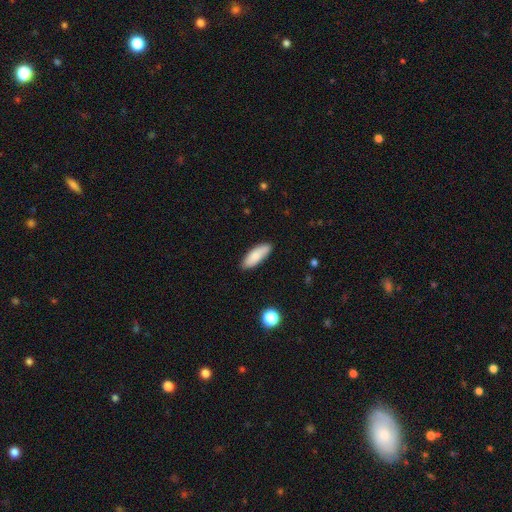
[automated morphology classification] Overall: smooth (84%). How rounded: in between (63%; cigar-shaped 35%). Merging: none (85%).